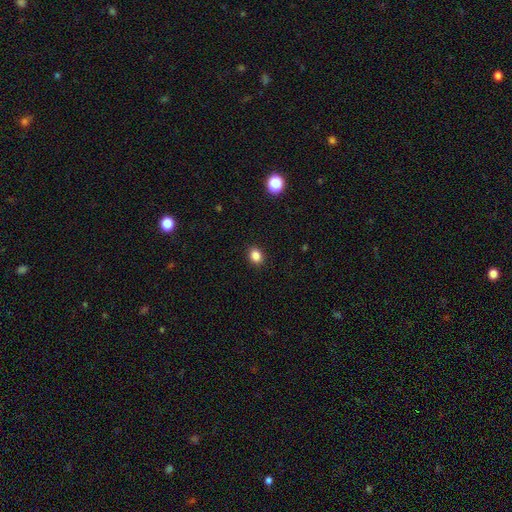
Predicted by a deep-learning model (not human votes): The model was most divided on "how rounded": round: 53%, in between: 46%, cigar-shaped: 1%. More confident: merging — none (90%); smooth or featured — smooth (85%).